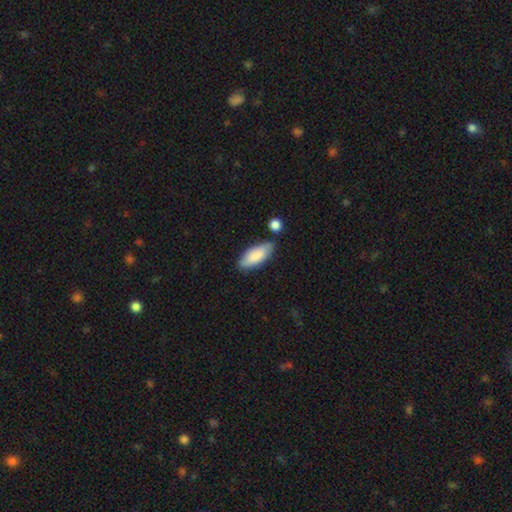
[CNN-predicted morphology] type=smooth (84%); roundness=in between (78%); merging=none (72%).